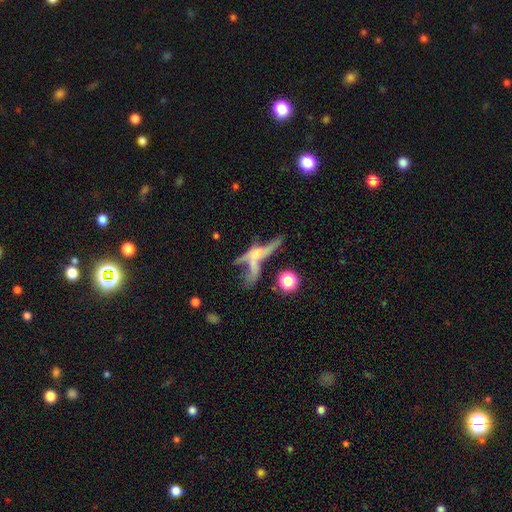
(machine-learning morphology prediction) Smooth or featured? Predicted: featured or disk (p=0.58). Edge-on disk? Predicted: yes (p=0.57). Merging? Predicted: merger (p=0.37).